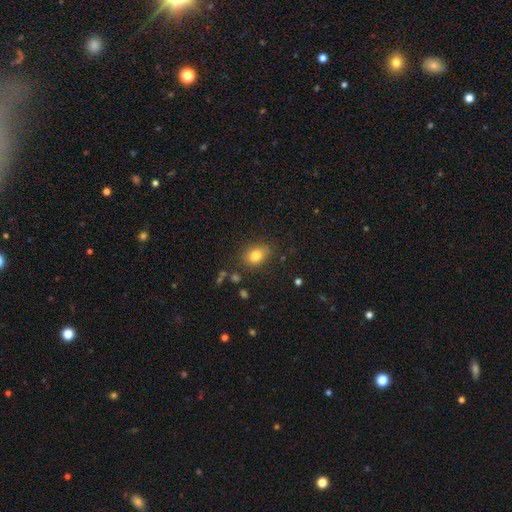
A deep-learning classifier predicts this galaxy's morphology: Smooth or featured? smooth (80%)
How rounded? in between (65%)
Merging? none (82%)